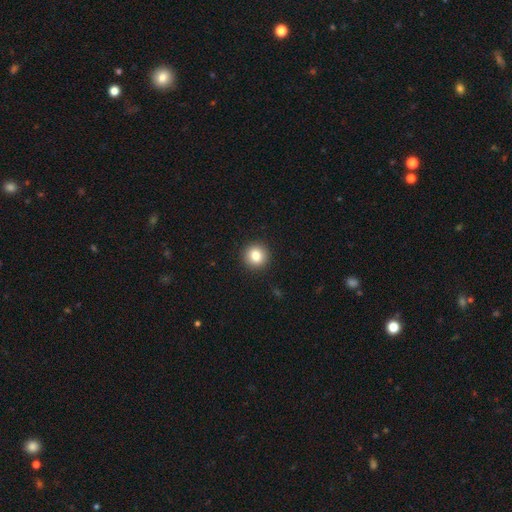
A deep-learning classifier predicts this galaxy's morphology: Overall: smooth (83%). How rounded: round (94%). Merging: none (93%).